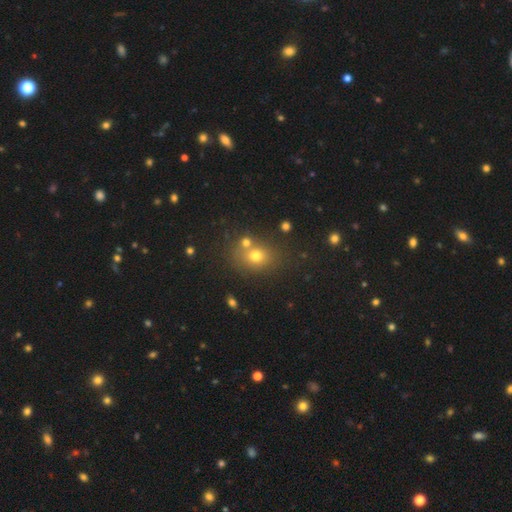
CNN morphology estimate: smooth 69%, star or artifact 19%, featured or disk 13%. Down the decision tree: how rounded — round (57%); merging — none (64%).